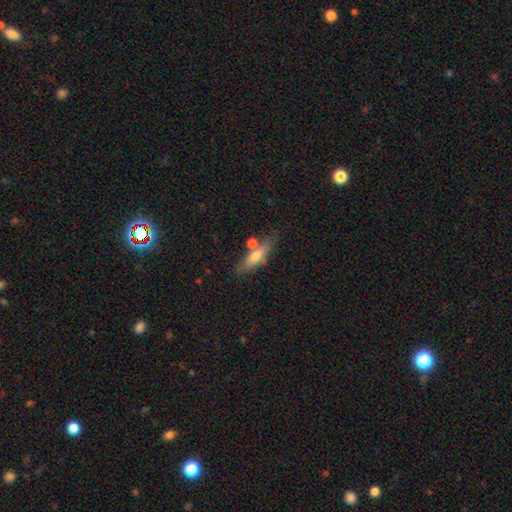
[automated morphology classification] smooth 56%, featured or disk 36%, star or artifact 7%. Down the decision tree: how rounded — cigar-shaped (59%); merging — none (67%).